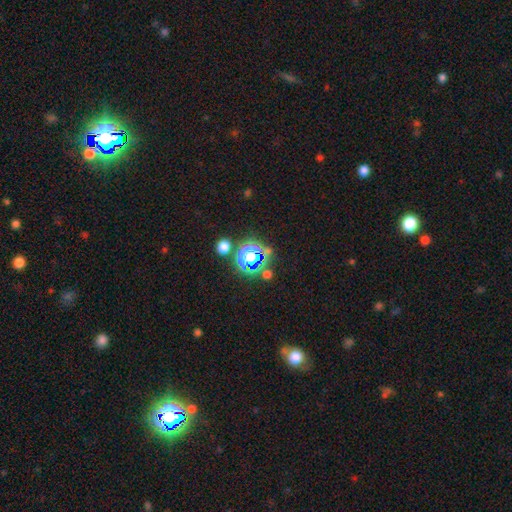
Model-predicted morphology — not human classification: This is likely a star or artifact rather than a galaxy (61%).